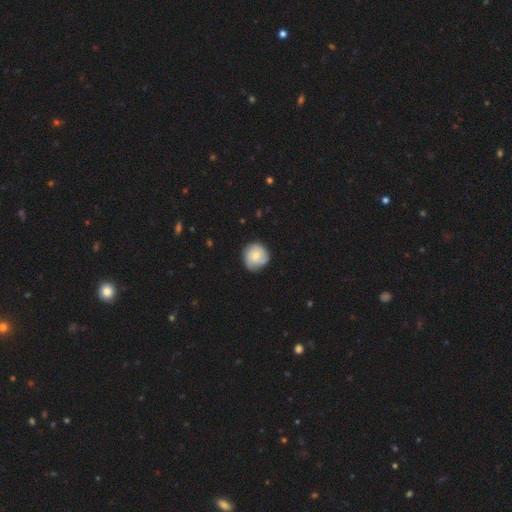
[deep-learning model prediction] Smooth or featured: smooth — 59% (featured or disk — 35%)
How rounded: round — 90% (in between — 9%)
Merging: none — 73% (minor disturbance — 22%)